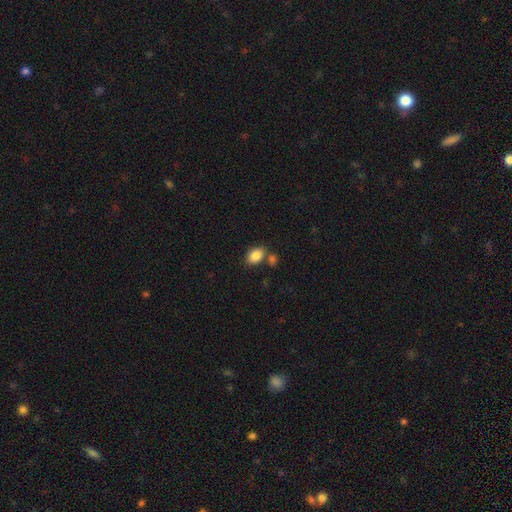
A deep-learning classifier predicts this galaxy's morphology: Smooth or featured? Predicted: smooth (p=0.86). How rounded? Predicted: in between (p=0.78). Merging? Predicted: none (p=0.65).